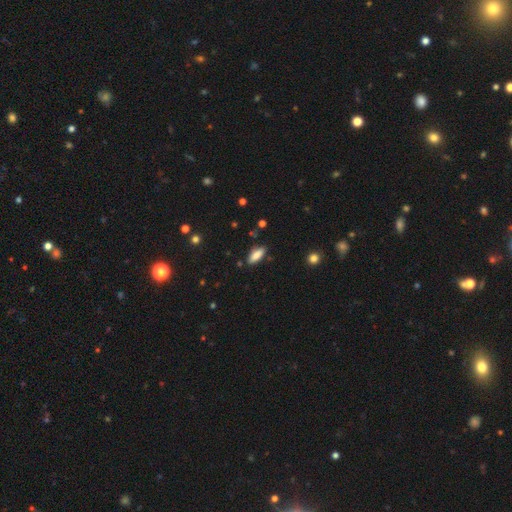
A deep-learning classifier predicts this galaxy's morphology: The model was most divided on "how rounded": in between: 72%, cigar-shaped: 26%, round: 2%. More confident: merging — none (84%); smooth or featured — smooth (83%).